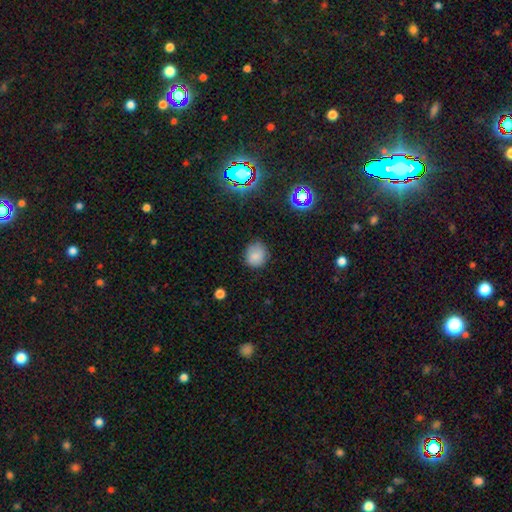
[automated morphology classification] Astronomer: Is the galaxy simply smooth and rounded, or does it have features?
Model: smooth — 81%.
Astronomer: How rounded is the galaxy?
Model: round — 77%.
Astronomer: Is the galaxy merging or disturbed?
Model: none — 75%.